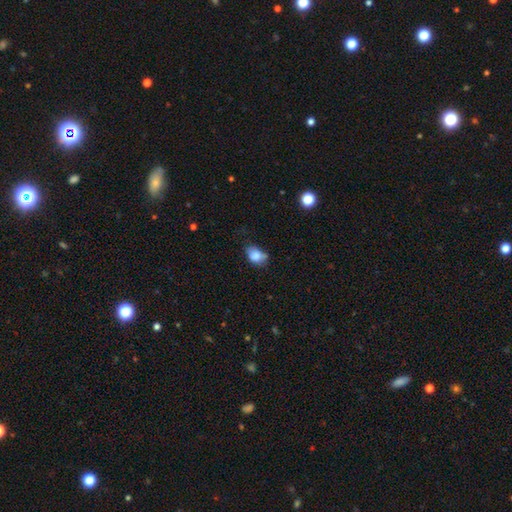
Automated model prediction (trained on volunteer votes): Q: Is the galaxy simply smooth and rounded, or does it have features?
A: smooth — 79%.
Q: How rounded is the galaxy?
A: in between — 70%.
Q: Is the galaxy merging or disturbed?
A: none — 45%.